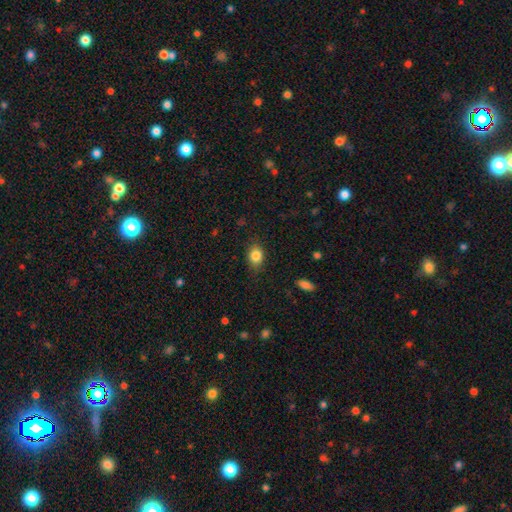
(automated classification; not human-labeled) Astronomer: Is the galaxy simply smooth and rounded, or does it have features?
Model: smooth — 84%.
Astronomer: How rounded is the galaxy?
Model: in between — 53% (runner-up: round, 46%).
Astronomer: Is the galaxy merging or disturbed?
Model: none — 79%.